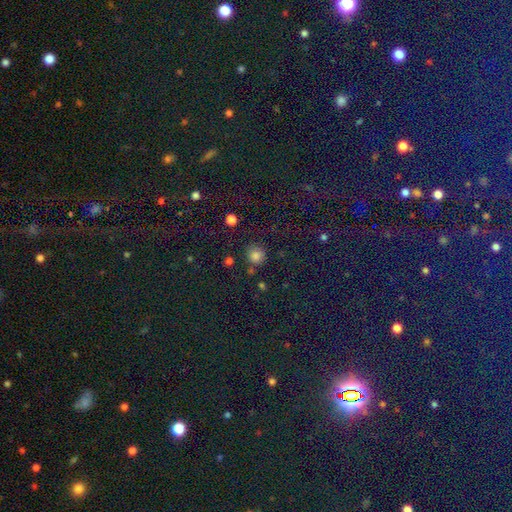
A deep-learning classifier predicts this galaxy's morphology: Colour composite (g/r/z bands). It shows a smooth galaxy with no disk features (80%) that is round (91%). Merging: none (81%).